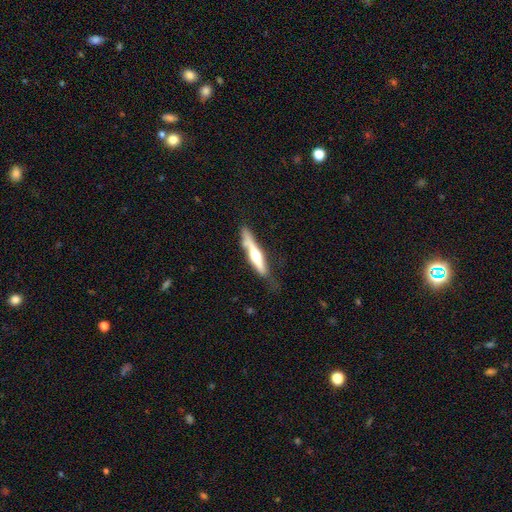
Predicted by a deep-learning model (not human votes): featured or disk 58%, smooth 37%, star or artifact 5%. Down the decision tree: edge-on disk — yes (92%); edge-on bulge — rounded (85%); merging — none (53%).